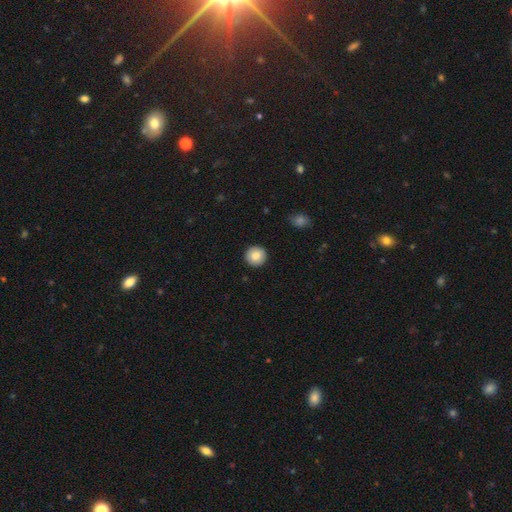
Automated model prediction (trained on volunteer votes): A smooth galaxy with no disk features (85%) that is round (95%). Merging: none (92%).